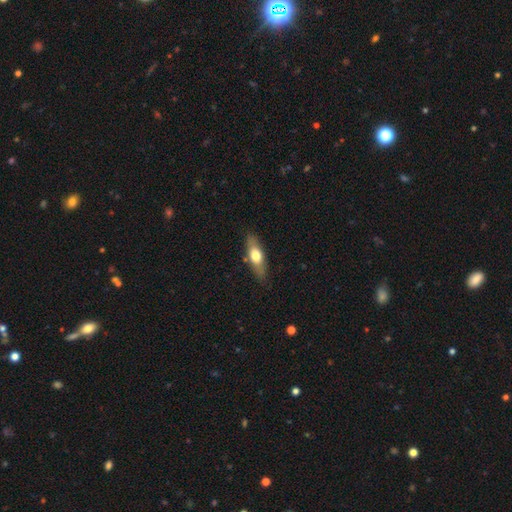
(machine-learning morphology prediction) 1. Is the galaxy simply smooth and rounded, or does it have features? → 62% smooth, 32% featured or disk, 6% star or artifact.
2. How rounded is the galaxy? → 61% in between, 35% cigar-shaped, 4% round.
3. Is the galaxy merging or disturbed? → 82% none, 14% minor disturbance, 3% major disturbance, 1% merger.